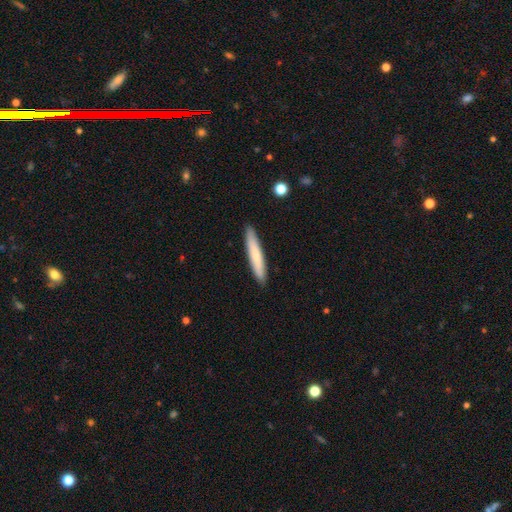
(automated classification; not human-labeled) Q: Smooth or featured?
A: smooth (74%); runner-up: featured or disk (21%)
Q: How rounded?
A: cigar-shaped (94%); runner-up: in between (5%)
Q: Merging?
A: none (90%); runner-up: minor disturbance (7%)